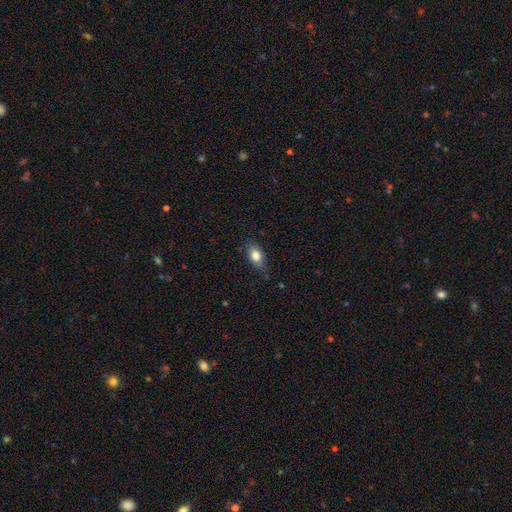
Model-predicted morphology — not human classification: This is likely a smooth galaxy (80%). How rounded: clearly in between (83%). Merging: likely none (73%).